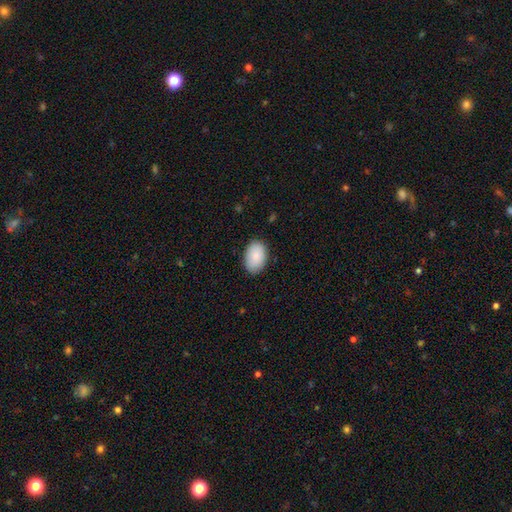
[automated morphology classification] smooth 87%, featured or disk 7%, star or artifact 6%. Down the decision tree: how rounded — in between (90%); merging — none (85%).